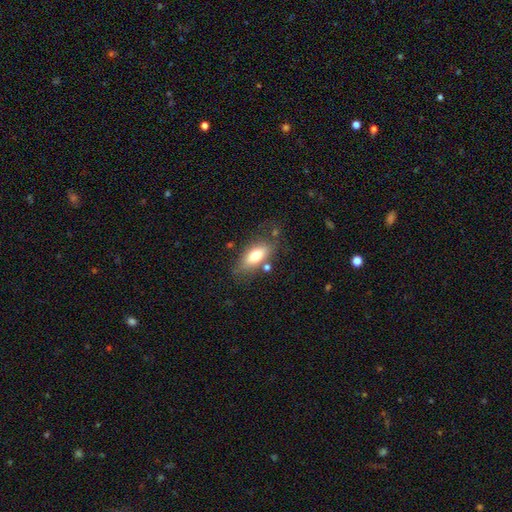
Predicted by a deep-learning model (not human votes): The model was most divided on "smooth or featured": smooth: 69%, featured or disk: 24%, star or artifact: 8%. More confident: how rounded — in between (81%); merging — none (67%).